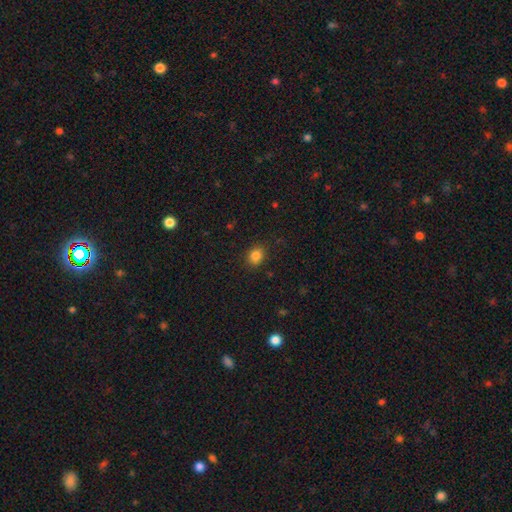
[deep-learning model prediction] smooth 83%, star or artifact 12%, featured or disk 5%. Down the decision tree: how rounded — round (54%); merging — none (85%).